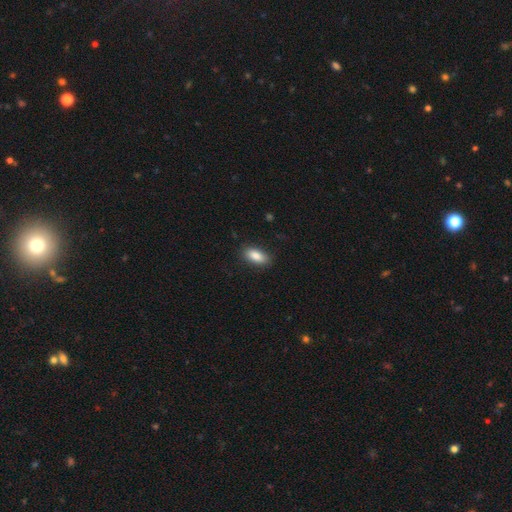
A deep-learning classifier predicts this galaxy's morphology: This appears to be a smooth galaxy with no disk features (87%) that is in between round and cigar-shaped (87%). Merging: none (86%).